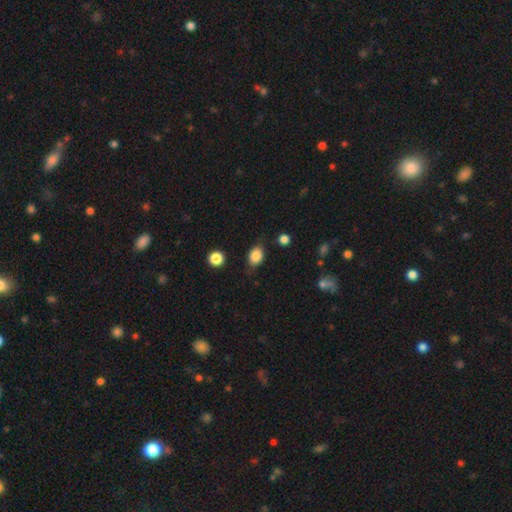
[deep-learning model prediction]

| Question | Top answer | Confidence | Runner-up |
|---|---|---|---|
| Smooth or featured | smooth | 83% | star or artifact (9%) |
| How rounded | in between | 68% | round (30%) |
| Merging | none | 72% | minor disturbance (20%) |